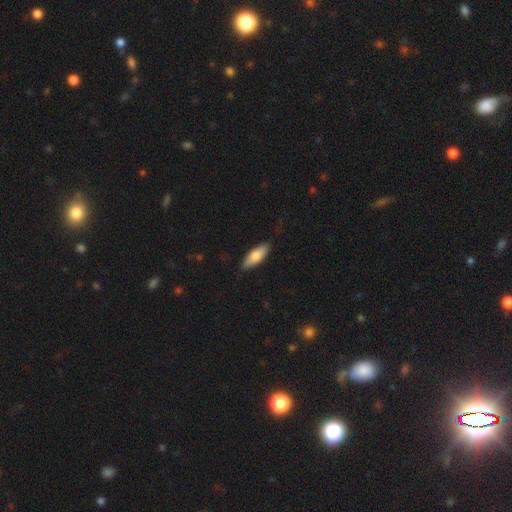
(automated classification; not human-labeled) smooth 77%, featured or disk 18%, star or artifact 6%. Down the decision tree: how rounded — in between (63%); merging — none (83%).